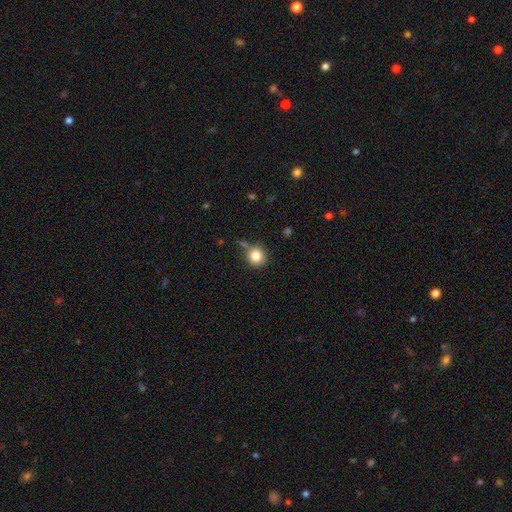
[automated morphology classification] type=smooth (83%); roundness=round (90%); merging=none (73%).